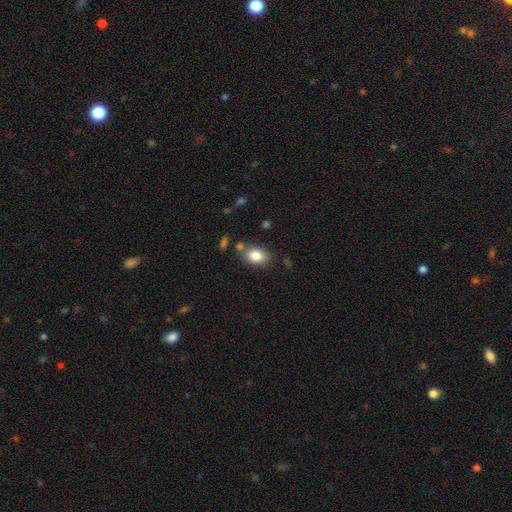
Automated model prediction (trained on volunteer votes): Smooth or featured: smooth — 83% (featured or disk — 8%)
How rounded: in between — 80% (round — 19%)
Merging: none — 76% (minor disturbance — 14%)